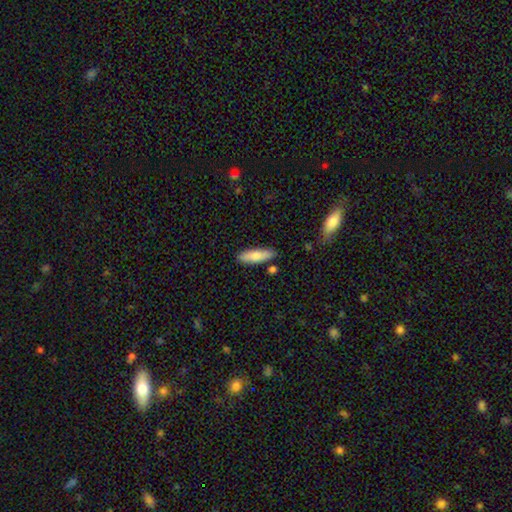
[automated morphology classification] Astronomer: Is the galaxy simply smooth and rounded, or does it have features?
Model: smooth — 77%.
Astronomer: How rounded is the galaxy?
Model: cigar-shaped — 58% (runner-up: in between, 40%).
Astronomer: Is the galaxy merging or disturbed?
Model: none — 83%.